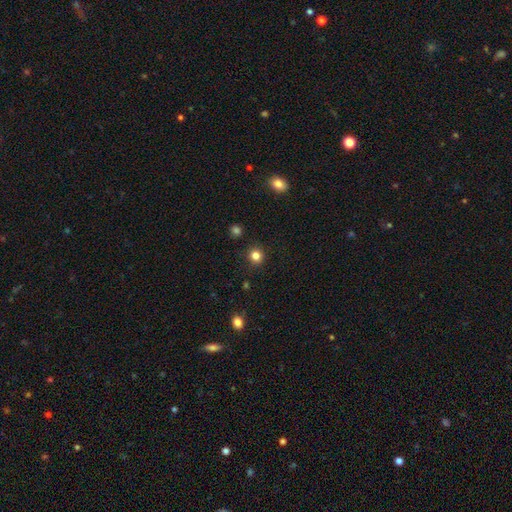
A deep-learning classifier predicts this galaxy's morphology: Smooth or featured: smooth — 83% (star or artifact — 13%)
How rounded: round — 90% (in between — 9%)
Merging: none — 90% (minor disturbance — 6%)